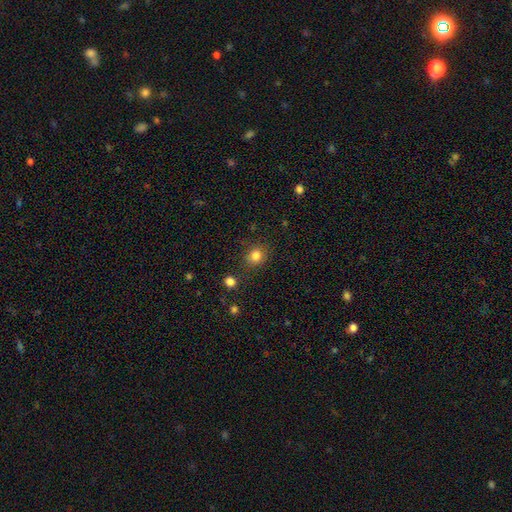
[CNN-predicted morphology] The model was most divided on "how rounded": round: 77%, in between: 22%, cigar-shaped: 1%. More confident: smooth or featured — smooth (83%); merging — none (82%).